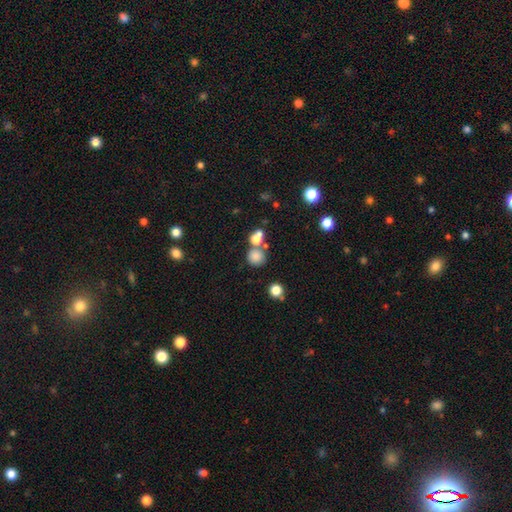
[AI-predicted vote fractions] Q: Smooth or featured?
A: smooth (78%); runner-up: star or artifact (14%)
Q: How rounded?
A: round (87%); runner-up: in between (12%)
Q: Merging?
A: none (61%); runner-up: merger (25%)